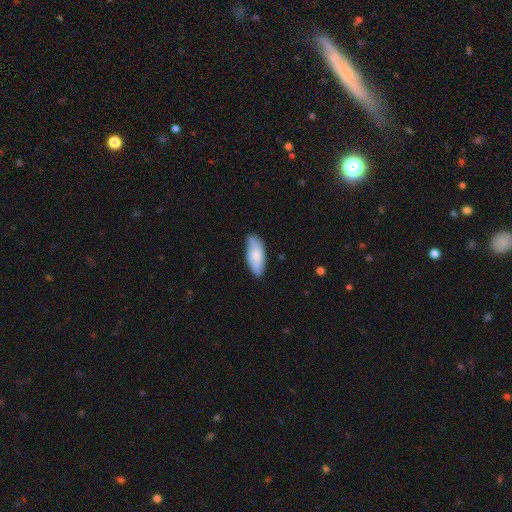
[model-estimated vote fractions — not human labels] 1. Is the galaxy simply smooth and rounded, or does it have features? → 76% smooth, 18% featured or disk, 6% star or artifact.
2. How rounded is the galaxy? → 82% in between, 16% cigar-shaped, 2% round.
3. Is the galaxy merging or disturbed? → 76% none, 20% minor disturbance, 3% major disturbance, 1% merger.